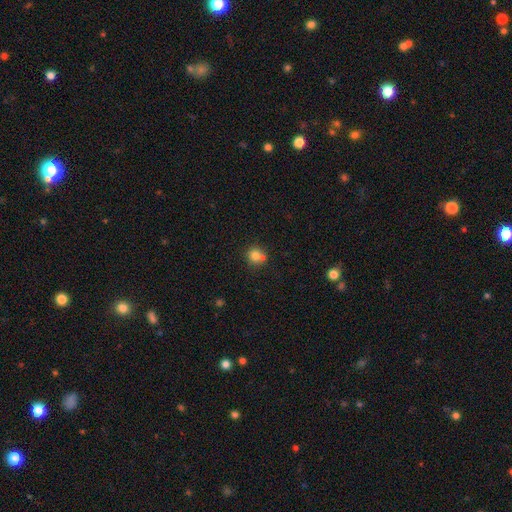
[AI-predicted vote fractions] smooth_or_featured: smooth (p=0.77) [alt: star or artifact p=0.12]
how_rounded: round (p=0.88) [alt: in between p=0.11]
merging: none (p=0.56) [alt: merger p=0.31]